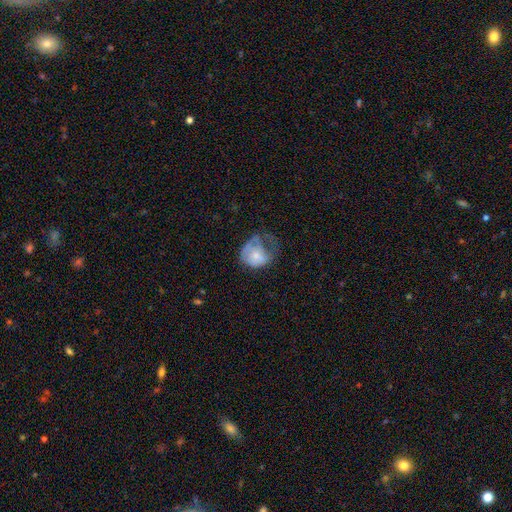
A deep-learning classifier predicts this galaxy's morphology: smooth 56%, featured or disk 36%, star or artifact 8%. Down the decision tree: how rounded — round (51%); merging — major disturbance (53%).